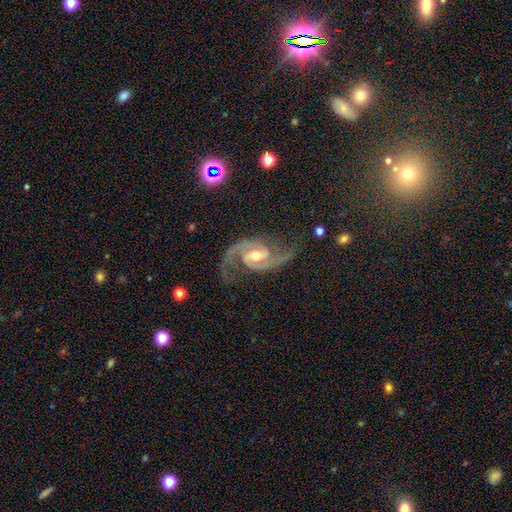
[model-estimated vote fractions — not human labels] Smooth or featured? Predicted: featured or disk (p=0.93). Edge-on disk? Predicted: no (p=0.98). Bar? Predicted: weak (p=0.47). Spiral arms? Predicted: yes (p=0.98). Spiral winding? Predicted: medium (p=0.61). Spiral arm count? Predicted: 2 (p=0.93). Bulge size? Predicted: moderate (p=0.70). Merging? Predicted: none (p=0.76).